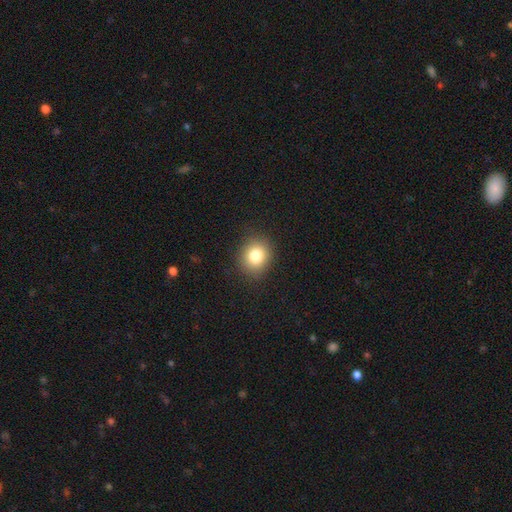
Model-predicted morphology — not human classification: Smooth or featured? smooth (81%)
How rounded? round (72%)
Merging? none (88%)